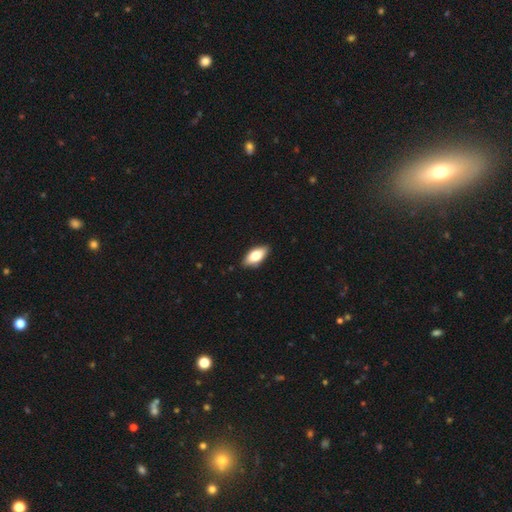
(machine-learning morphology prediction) smooth_or_featured: smooth (p=0.72) [alt: featured or disk p=0.21]
how_rounded: in between (p=0.87) [alt: cigar-shaped p=0.10]
merging: none (p=0.87) [alt: minor disturbance p=0.10]